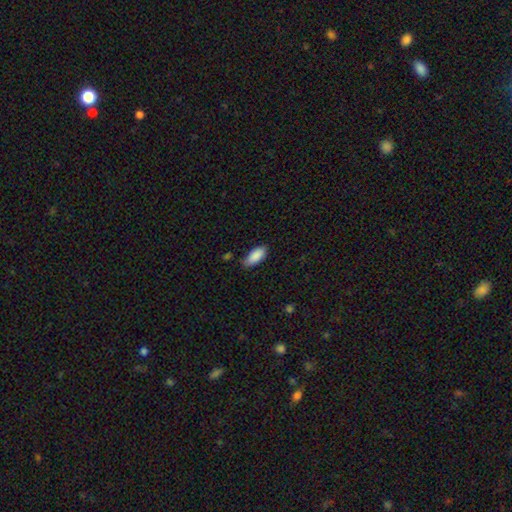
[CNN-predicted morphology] type=smooth (88%); roundness=in between (88%); merging=none (74%).